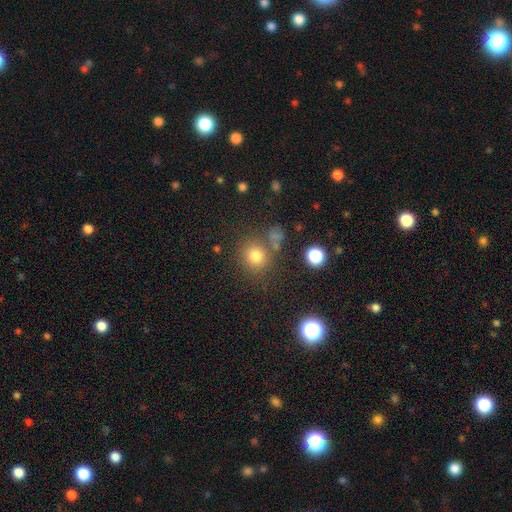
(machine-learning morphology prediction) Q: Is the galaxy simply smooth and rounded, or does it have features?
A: smooth — 77%.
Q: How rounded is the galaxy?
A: round — 88%.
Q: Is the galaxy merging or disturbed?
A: none — 74%.